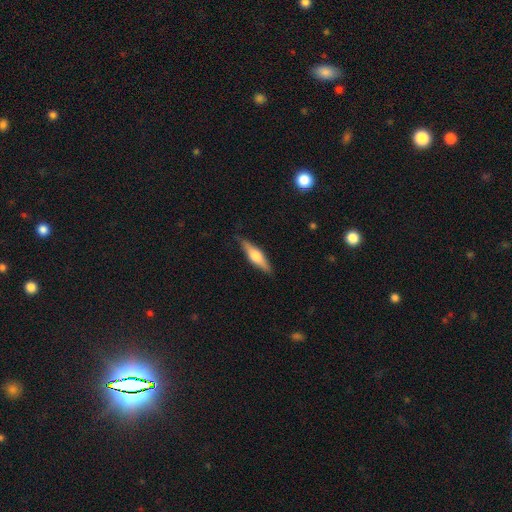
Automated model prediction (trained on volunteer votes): This is possibly a featured or disk galaxy (48%). Merging: clearly none (85%).